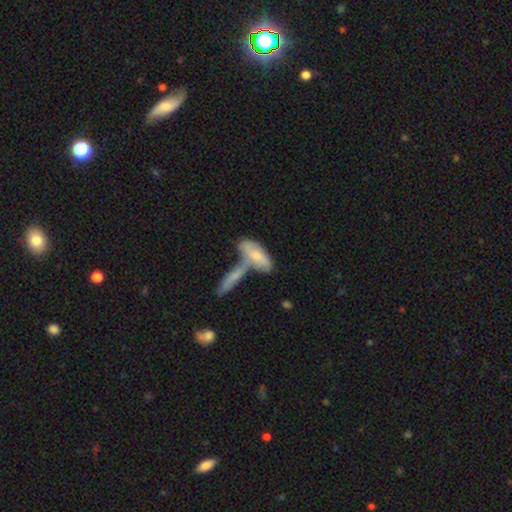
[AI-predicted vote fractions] Q: Smooth or featured?
A: smooth (63%); runner-up: featured or disk (31%)
Q: How rounded?
A: in between (66%); runner-up: cigar-shaped (31%)
Q: Merging?
A: merger (54%); runner-up: none (28%)